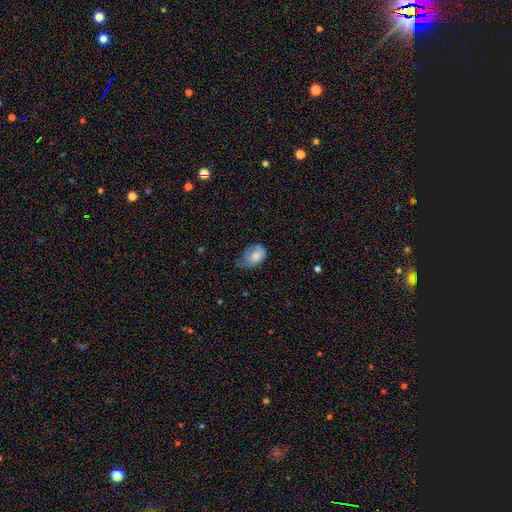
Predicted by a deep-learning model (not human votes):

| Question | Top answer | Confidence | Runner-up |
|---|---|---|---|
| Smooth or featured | smooth | 80% | featured or disk (13%) |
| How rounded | in between | 79% | round (19%) |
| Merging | minor disturbance | 45% | none (36%) |